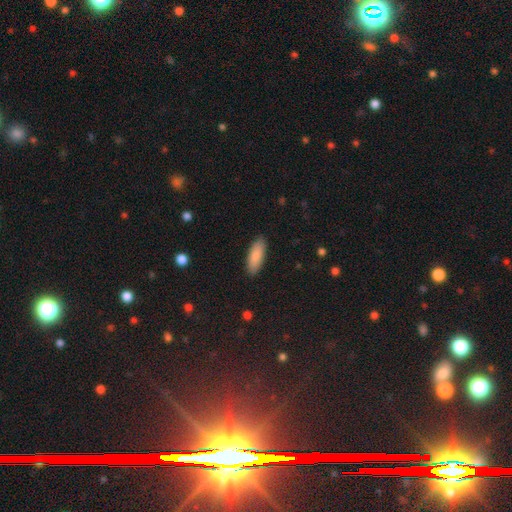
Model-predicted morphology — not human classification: Q: Smooth or featured?
A: smooth (87%); runner-up: featured or disk (7%)
Q: How rounded?
A: in between (67%); runner-up: cigar-shaped (31%)
Q: Merging?
A: none (89%); runner-up: minor disturbance (8%)